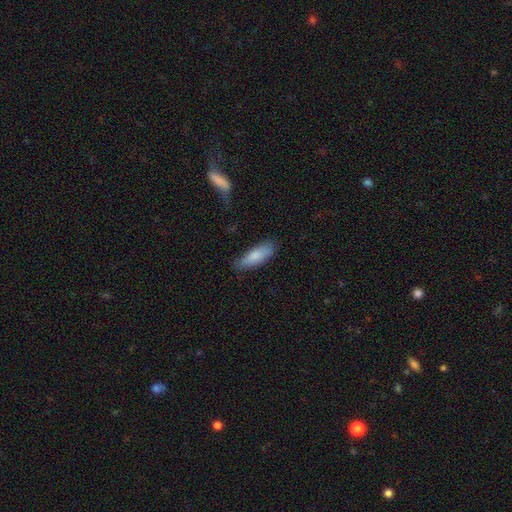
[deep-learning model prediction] smooth-or-featured: smooth: 82% | featured or disk: 12% | star or artifact: 6%
  how-rounded: in between: 57% | cigar-shaped: 41% | round: 2%
  merging: none: 74% | minor disturbance: 20% | major disturbance: 4% | merger: 2%